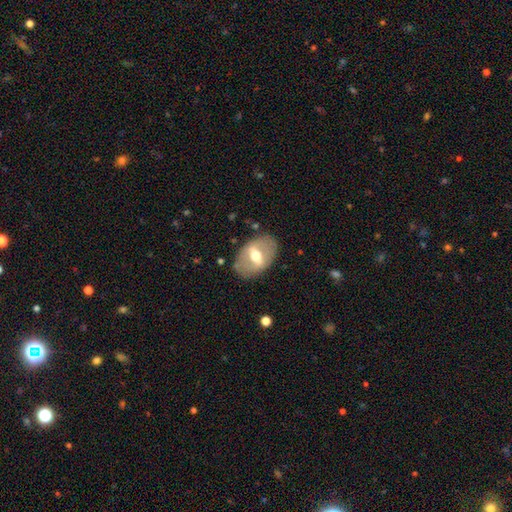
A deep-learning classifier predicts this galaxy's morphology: A featured or disk galaxy (57%). Merging: none (81%).